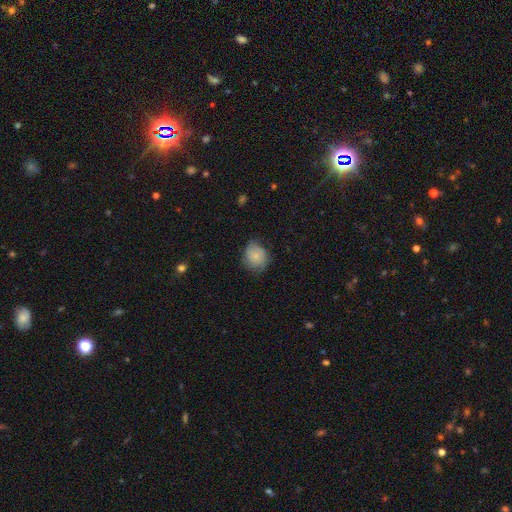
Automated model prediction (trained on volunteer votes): The model was most divided on "merging": none: 64%, minor disturbance: 28%, major disturbance: 6%, merger: 1%. More confident: smooth or featured — smooth (74%); how rounded — round (68%).